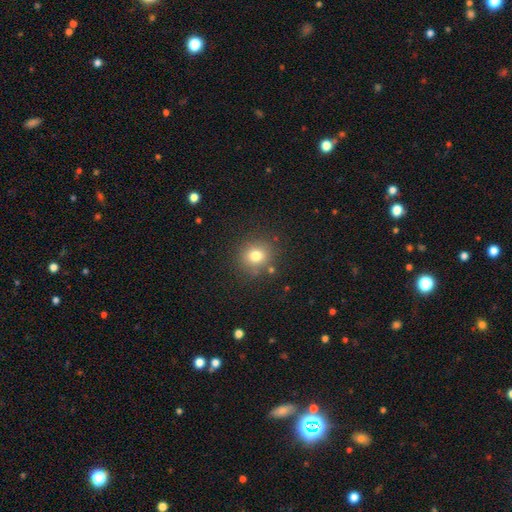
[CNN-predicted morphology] Smooth or featured?
  - smooth: 78% *
  - star or artifact: 14%
  - featured or disk: 9%
How rounded?
  - round: 84% *
  - in between: 15%
  - cigar-shaped: 1%
Merging?
  - none: 84% *
  - minor disturbance: 9%
  - merger: 3%
  - major disturbance: 3%